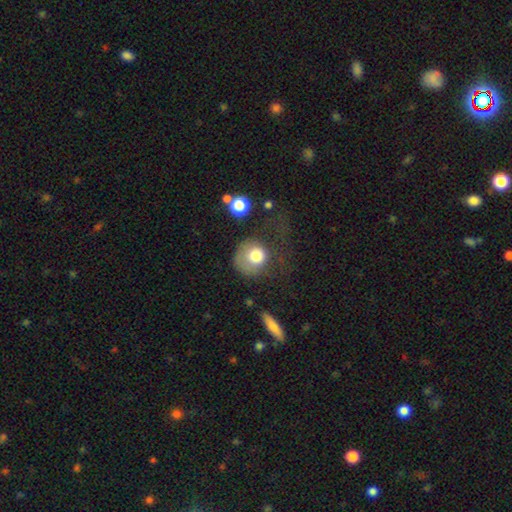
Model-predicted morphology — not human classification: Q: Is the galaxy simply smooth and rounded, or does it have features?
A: smooth — 72%.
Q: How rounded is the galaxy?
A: round — 82%.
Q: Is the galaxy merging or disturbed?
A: major disturbance — 45%.